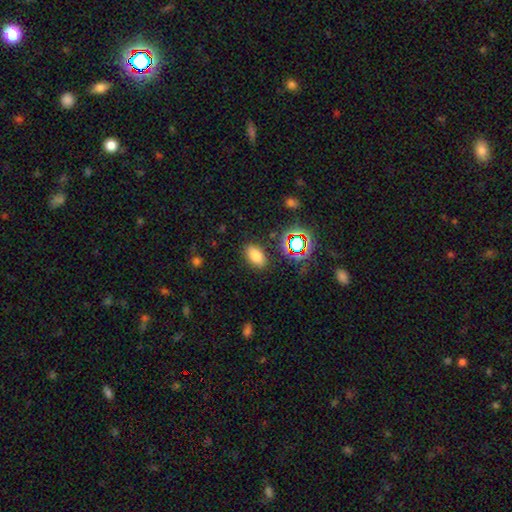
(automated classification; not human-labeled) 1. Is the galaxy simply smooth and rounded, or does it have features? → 75% smooth, 18% star or artifact, 7% featured or disk.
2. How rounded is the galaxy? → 89% in between, 8% round, 2% cigar-shaped.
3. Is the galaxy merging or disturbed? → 85% none, 10% minor disturbance, 3% major disturbance, 2% merger.